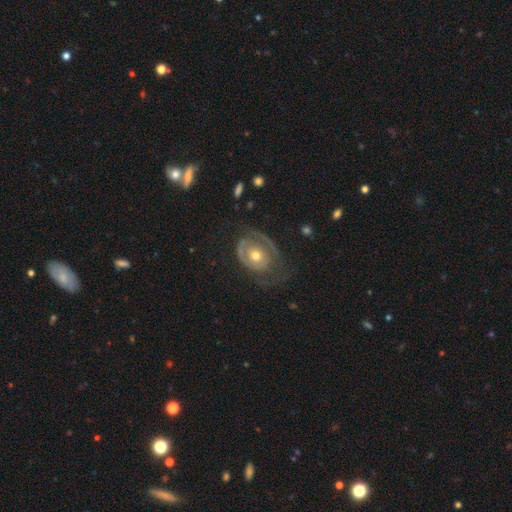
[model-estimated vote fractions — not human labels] This appears to be a featured or disk galaxy (69%) with no bar (84%), spiral arms (65%) and a moderate central bulge (66%). Merging: none (45%).